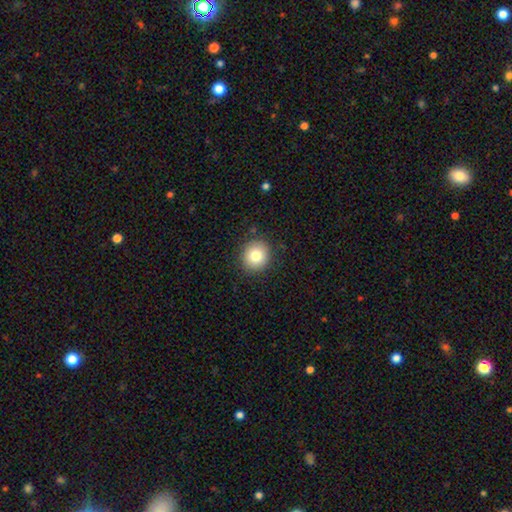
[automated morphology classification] This is likely a smooth galaxy (80%). How rounded: clearly round (86%). Merging: clearly none (88%).